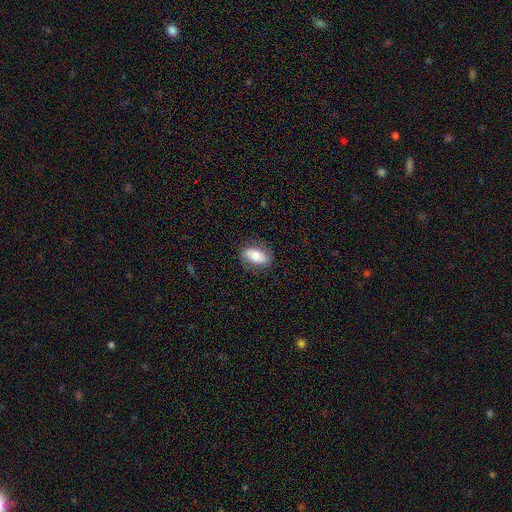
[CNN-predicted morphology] Smooth or featured? Predicted: smooth (p=0.62). How rounded? Predicted: in between (p=0.88). Merging? Predicted: none (p=0.78).